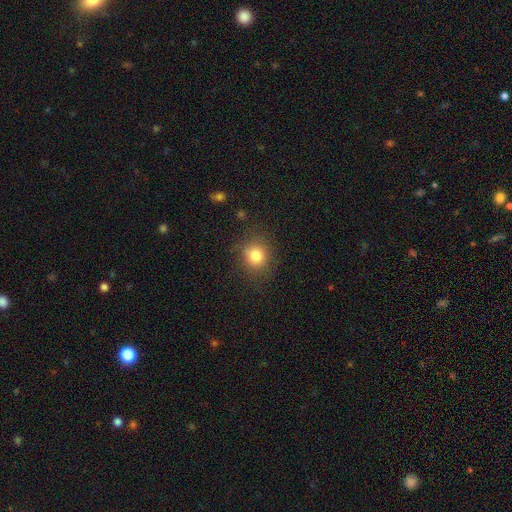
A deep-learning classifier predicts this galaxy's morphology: Q: Smooth or featured?
A: smooth (81%); runner-up: star or artifact (12%)
Q: How rounded?
A: round (83%); runner-up: in between (17%)
Q: Merging?
A: none (83%); runner-up: minor disturbance (11%)